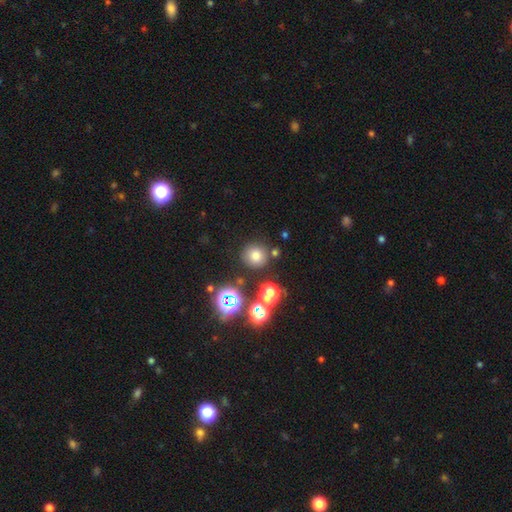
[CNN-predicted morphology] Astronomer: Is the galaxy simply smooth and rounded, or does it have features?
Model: smooth — 70%.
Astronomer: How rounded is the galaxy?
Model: round — 90%.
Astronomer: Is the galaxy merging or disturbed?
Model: none — 81%.